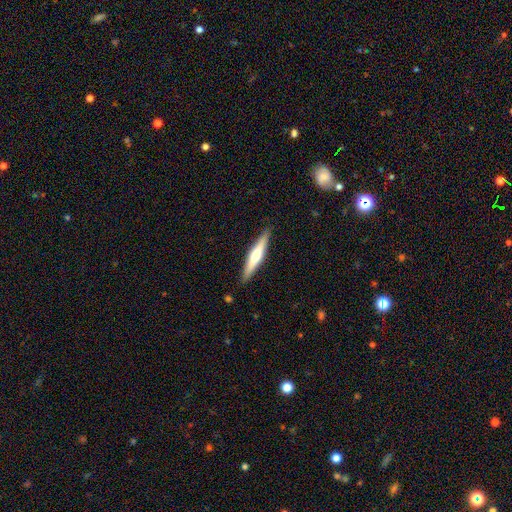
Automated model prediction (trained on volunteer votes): This appears to be a featured or disk galaxy (52%) viewed edge-on (97%). Merging: none (90%).